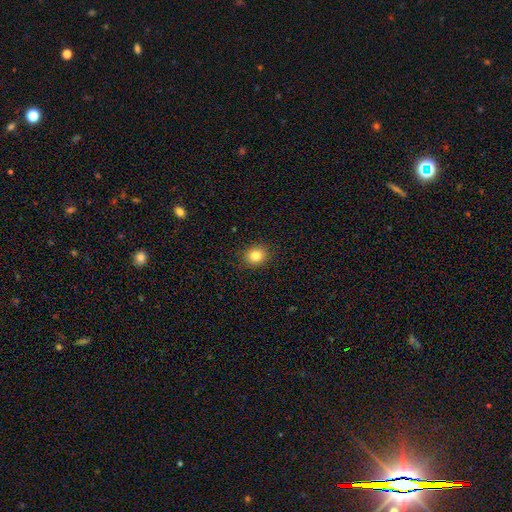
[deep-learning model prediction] smooth 83%, star or artifact 11%, featured or disk 6%. Down the decision tree: how rounded — round (76%); merging — none (90%).